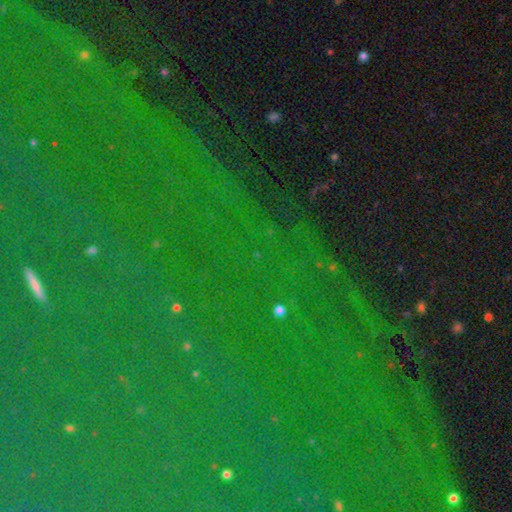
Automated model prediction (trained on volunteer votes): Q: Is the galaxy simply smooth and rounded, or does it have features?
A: star or artifact — 87%.